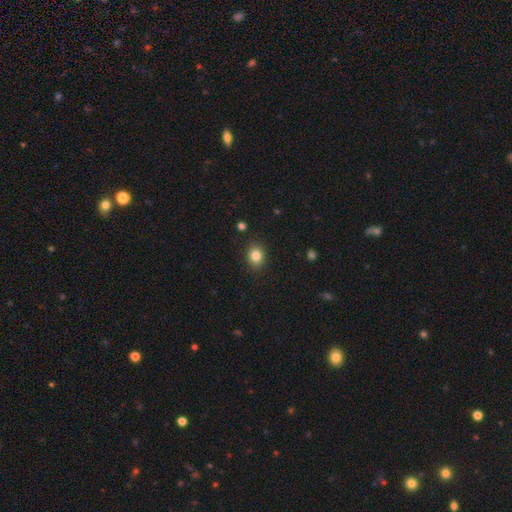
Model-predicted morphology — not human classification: smooth 83%, star or artifact 10%, featured or disk 6%. Down the decision tree: how rounded — round (54%); merging — none (88%).